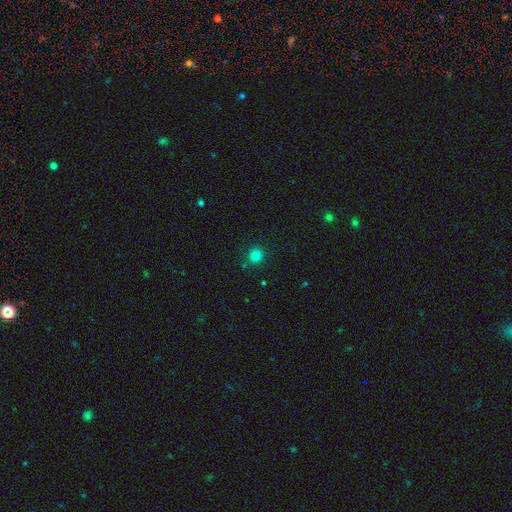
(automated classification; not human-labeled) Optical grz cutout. It shows a smooth galaxy with no disk features (81%) that is round (93%). Merging: none (87%).